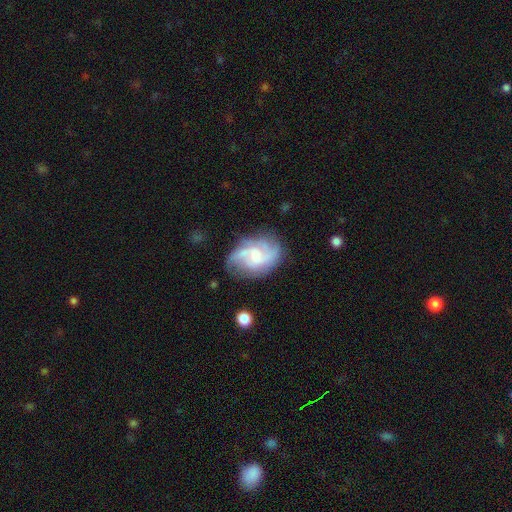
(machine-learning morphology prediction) This is likely a featured or disk galaxy (78%). It is clearly not viewed edge-on (97%). Bar: possibly weak (47%). Spiral arm pattern: clearly yes (93%). Spiral arm count: marginally 2 (36%). Spiral winding: possibly medium (47%). Central bulge: possibly small (45%). Merging: likely none (63%).